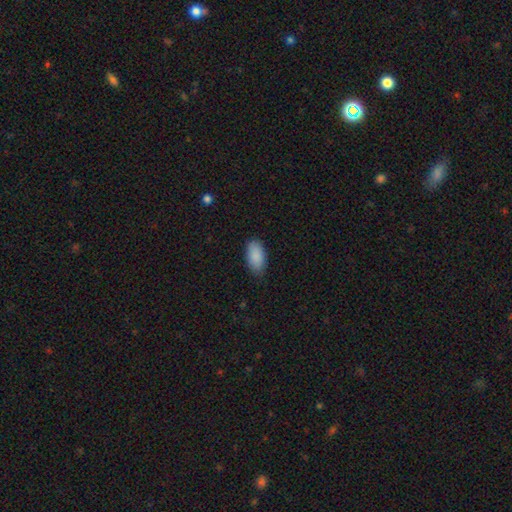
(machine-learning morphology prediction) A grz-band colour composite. It shows a smooth galaxy with no disk features (89%) that is in between round and cigar-shaped (94%). Merging: none (82%).